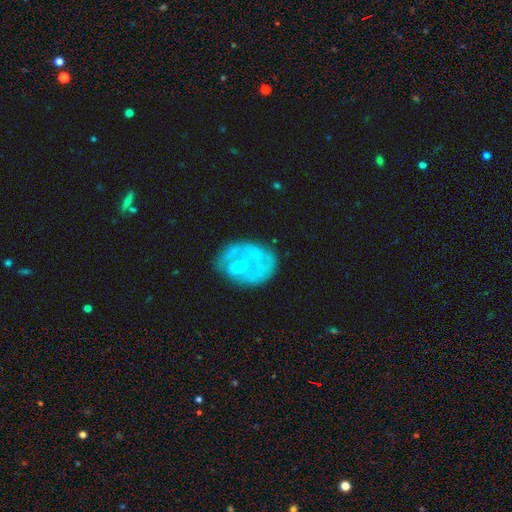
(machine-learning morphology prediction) Smooth or featured: featured or disk — 59% (smooth — 33%)
Edge-on disk: no — 97% (yes — 3%)
Bar: no — 77% (weak — 18%)
Spiral arms: no — 71% (yes — 29%)
Bulge size: none — 37% (moderate — 35%)
Merging: none — 45% (major disturbance — 27%)